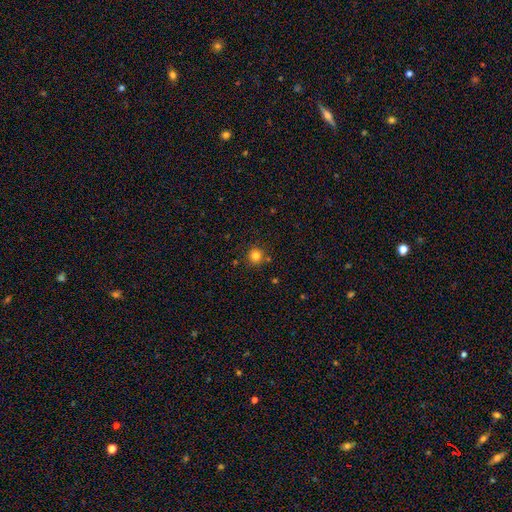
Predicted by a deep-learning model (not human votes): Smooth or featured? Predicted: smooth (p=0.81). How rounded? Predicted: round (p=0.93). Merging? Predicted: none (p=0.84).